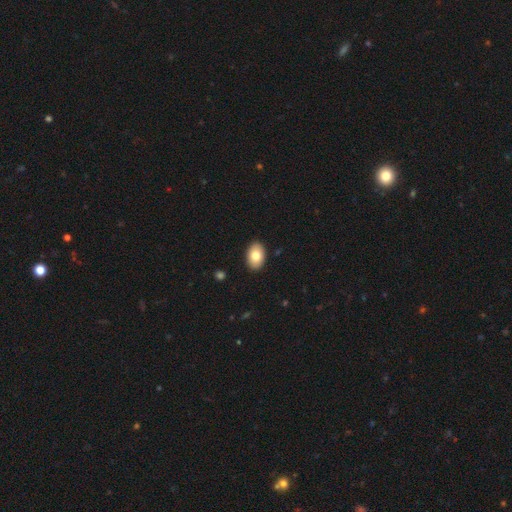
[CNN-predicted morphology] Q: Smooth or featured?
A: smooth (80%); runner-up: featured or disk (13%)
Q: How rounded?
A: in between (90%); runner-up: round (9%)
Q: Merging?
A: none (90%); runner-up: minor disturbance (7%)